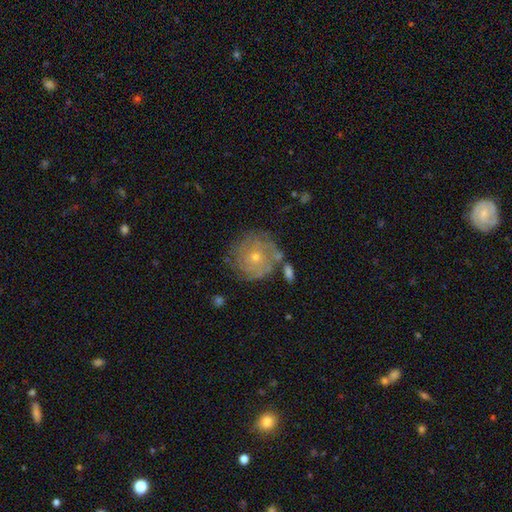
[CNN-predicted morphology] This appears to be a featured or disk galaxy (67%) with no bar (85%), tight (75%) spiral arms (78%) and a small central bulge (67%). Merging: none (71%).